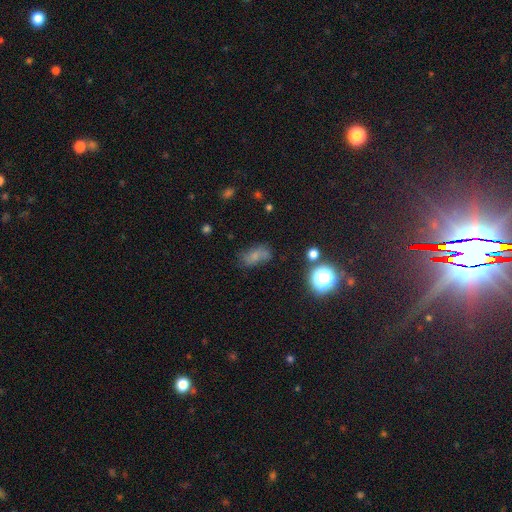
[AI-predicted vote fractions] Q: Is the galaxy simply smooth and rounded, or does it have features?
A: smooth — 59%.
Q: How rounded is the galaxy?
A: in between — 81%.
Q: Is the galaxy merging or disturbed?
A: none — 52%.